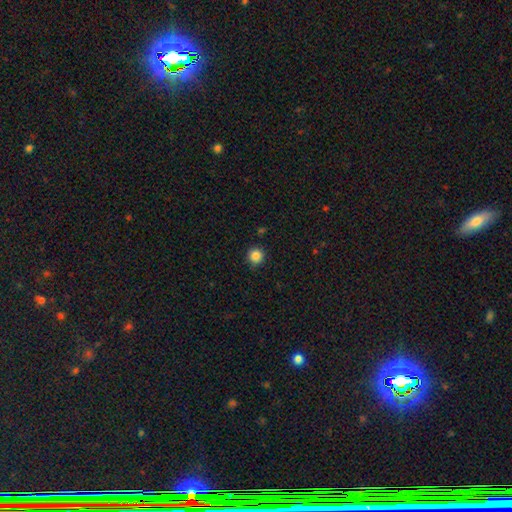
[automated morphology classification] The model was most divided on "smooth or featured": smooth: 86%, star or artifact: 11%, featured or disk: 4%. More confident: how rounded — round (95%); merging — none (90%).